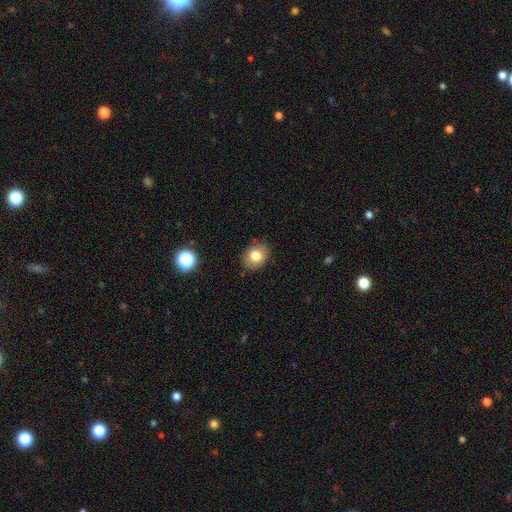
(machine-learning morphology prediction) smooth-or-featured: smooth: 79% | star or artifact: 11% | featured or disk: 10%
  how-rounded: round: 52% | in between: 47% | cigar-shaped: 1%
  merging: none: 86% | minor disturbance: 10% | major disturbance: 3% | merger: 1%